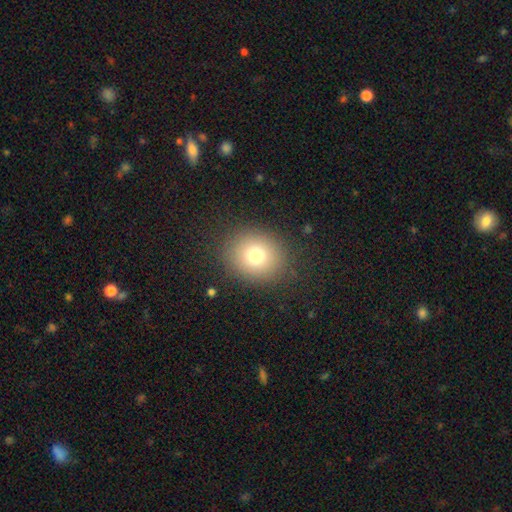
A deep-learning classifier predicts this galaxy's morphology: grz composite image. It shows a smooth galaxy with no disk features (76%) that is round (73%). Merging: none (86%).